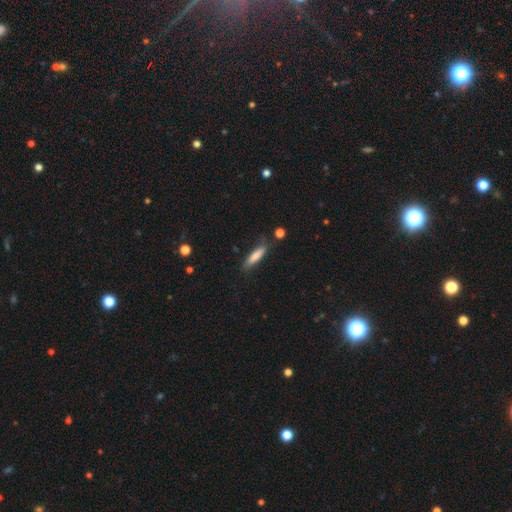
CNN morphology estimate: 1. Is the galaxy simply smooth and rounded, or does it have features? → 76% smooth, 17% featured or disk, 6% star or artifact.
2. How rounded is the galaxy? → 75% cigar-shaped, 24% in between, 2% round.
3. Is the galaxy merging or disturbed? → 77% none, 17% minor disturbance, 4% major disturbance, 3% merger.